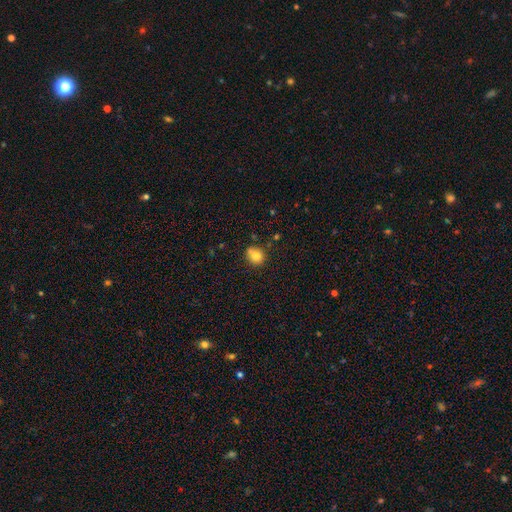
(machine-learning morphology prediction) Smooth or featured: smooth — 79% (star or artifact — 11%)
How rounded: round — 72% (in between — 27%)
Merging: none — 62% (minor disturbance — 23%)